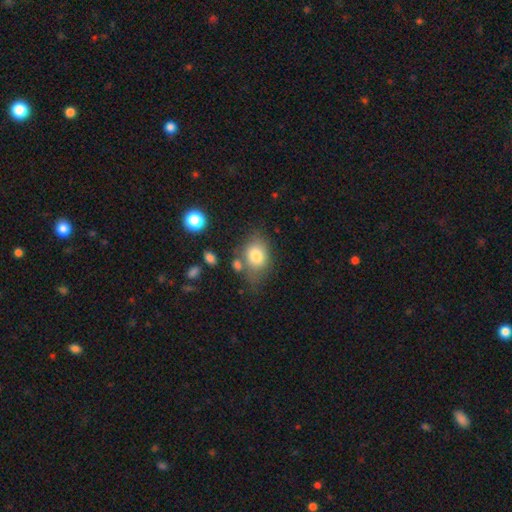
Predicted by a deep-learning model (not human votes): smooth 79%, featured or disk 12%, star or artifact 9%. Down the decision tree: how rounded — in between (66%); merging — none (55%).